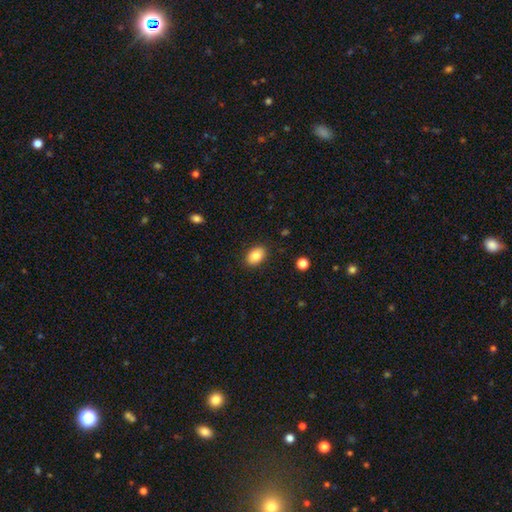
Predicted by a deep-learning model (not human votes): Overall: smooth (85%). How rounded: in between (86%). Merging: none (88%).